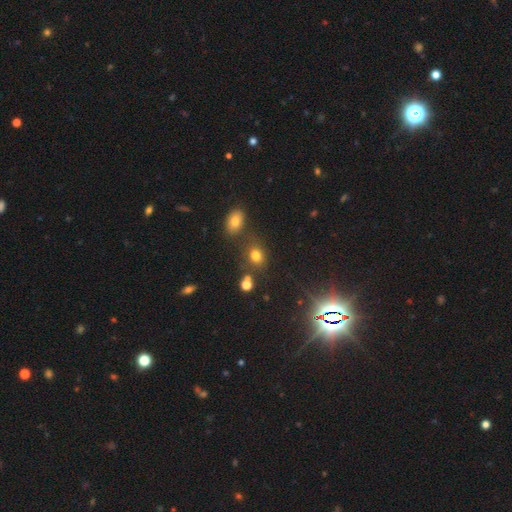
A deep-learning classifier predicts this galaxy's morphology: smooth_or_featured: smooth (p=0.75) [alt: star or artifact p=0.17]
how_rounded: in between (p=0.53) [alt: round p=0.46]
merging: none (p=0.67) [alt: merger p=0.14]